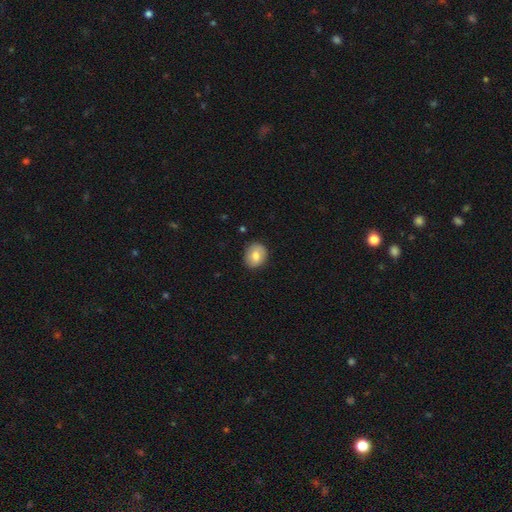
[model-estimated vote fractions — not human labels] This is likely a smooth galaxy (75%). How rounded: likely round (63%). Merging: clearly none (83%).